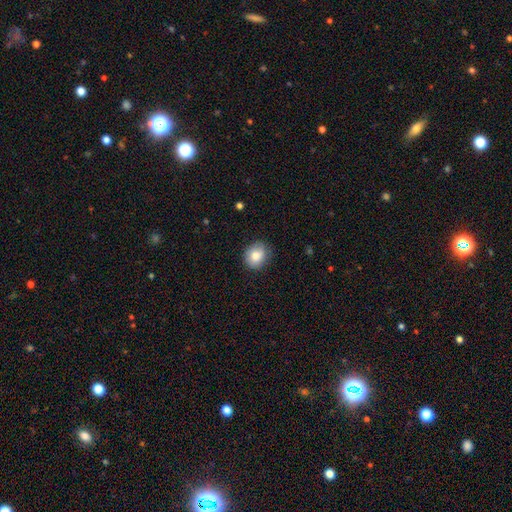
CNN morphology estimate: This is clearly a smooth galaxy (82%). How rounded: likely round (68%). Merging: clearly none (80%).